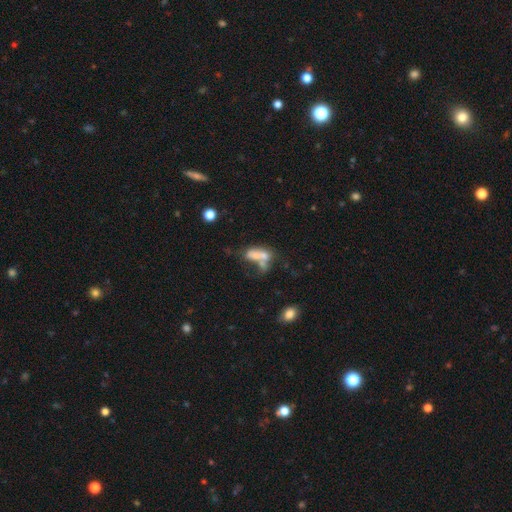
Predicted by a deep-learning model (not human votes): Smooth or featured?
  - smooth: 59% *
  - featured or disk: 29%
  - star or artifact: 12%
How rounded?
  - in between: 76% *
  - cigar-shaped: 15%
  - round: 9%
Merging?
  - merger: 55% *
  - none: 19%
  - major disturbance: 15%
  - minor disturbance: 11%